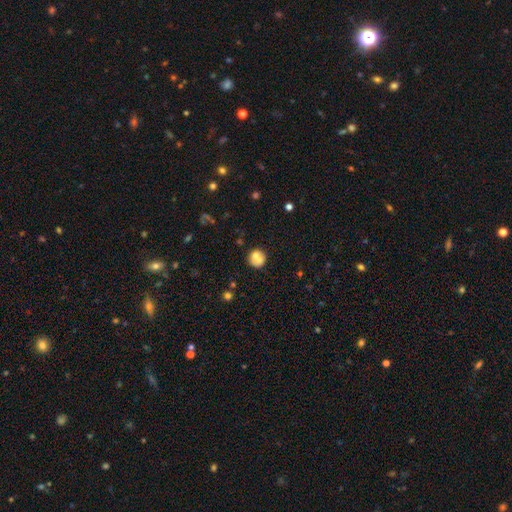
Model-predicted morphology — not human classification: type=smooth (65%); roundness=round (85%); merging=none (52%).